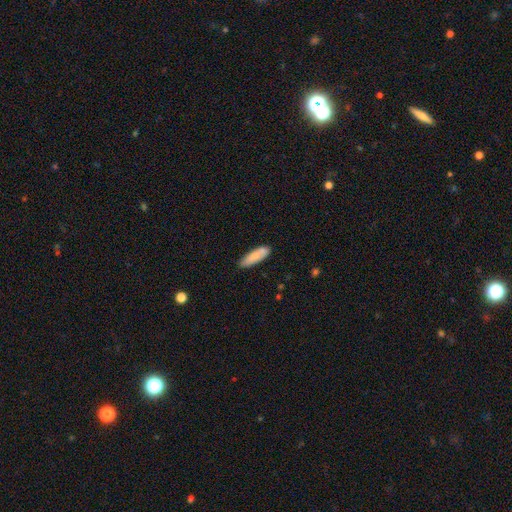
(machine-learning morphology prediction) Smooth or featured?
  - smooth: 81% *
  - featured or disk: 13%
  - star or artifact: 6%
How rounded?
  - cigar-shaped: 51% *
  - in between: 47%
  - round: 2%
Merging?
  - none: 78% *
  - minor disturbance: 15%
  - merger: 4%
  - major disturbance: 3%